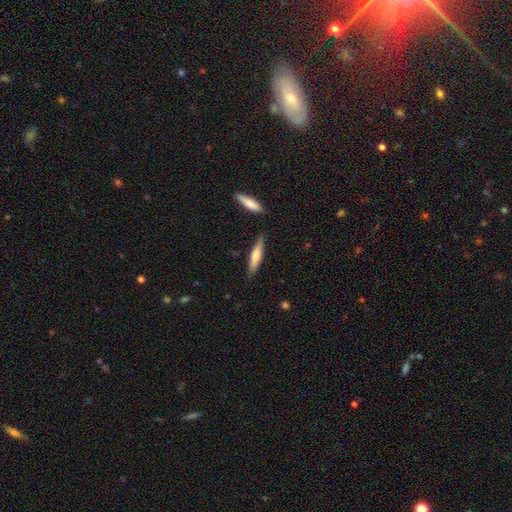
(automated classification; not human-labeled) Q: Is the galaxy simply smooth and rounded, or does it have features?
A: smooth — 61%.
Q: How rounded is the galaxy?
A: cigar-shaped — 85%.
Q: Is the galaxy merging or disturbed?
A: none — 85%.